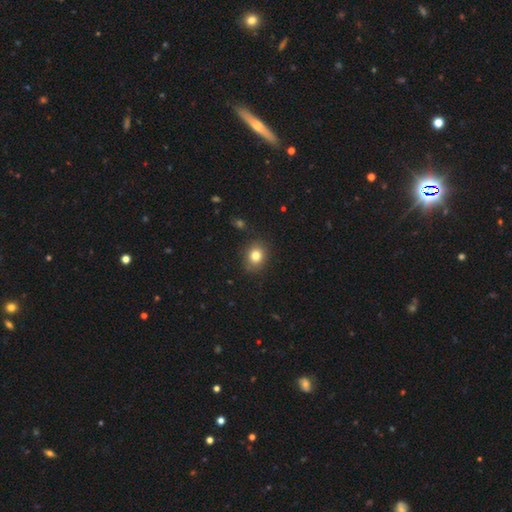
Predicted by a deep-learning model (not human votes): smooth_or_featured: smooth (p=0.81) [alt: star or artifact p=0.12]
how_rounded: round (p=0.62) [alt: in between p=0.37]
merging: none (p=0.86) [alt: minor disturbance p=0.10]